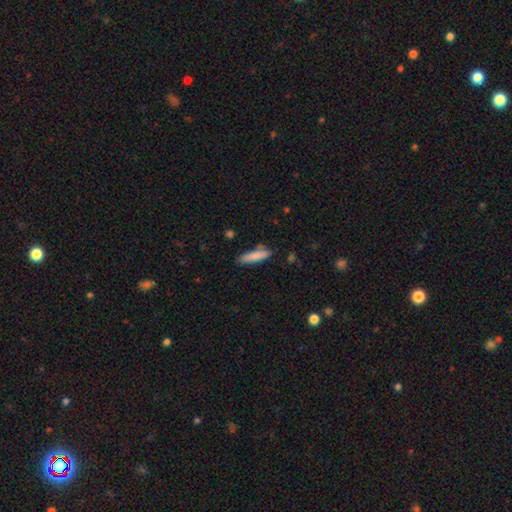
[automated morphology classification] A smooth galaxy with no disk features (83%) that is cigar-shaped (72%). Merging: none (78%).